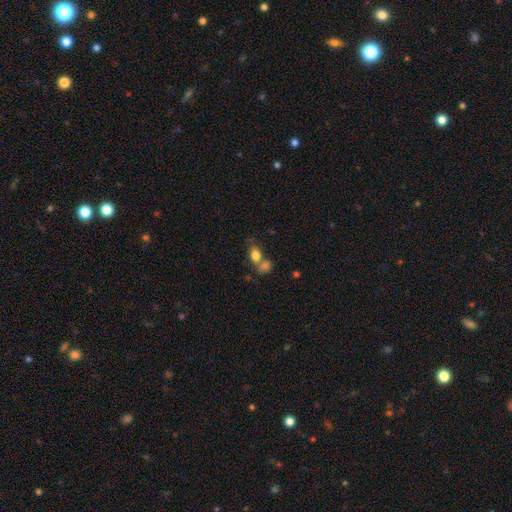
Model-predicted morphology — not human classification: A smooth galaxy with no disk features (79%) that is in between round and cigar-shaped (76%).

Vote fractions:
- Smooth or featured? smooth: 79% / featured or disk: 11% / star or artifact: 10%
- How rounded? in between: 76% / round: 21% / cigar-shaped: 3%
- Merging? merger: 42% / none: 39% / minor disturbance: 13% / major disturbance: 6%